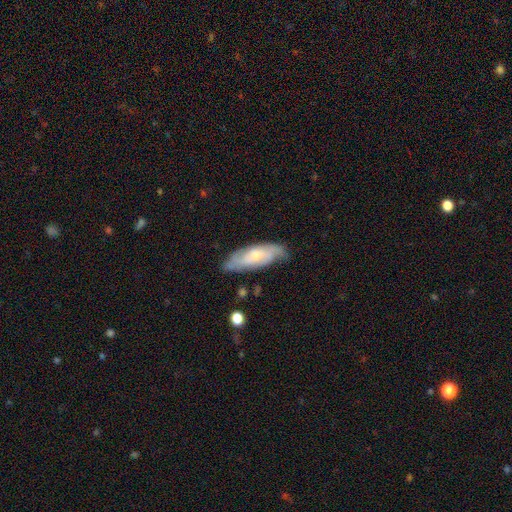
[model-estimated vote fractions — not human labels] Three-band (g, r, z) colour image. It shows a featured or disk galaxy (63%) with no bar (66%), spiral arms (86%) and a small central bulge (51%). Merging: none (72%).